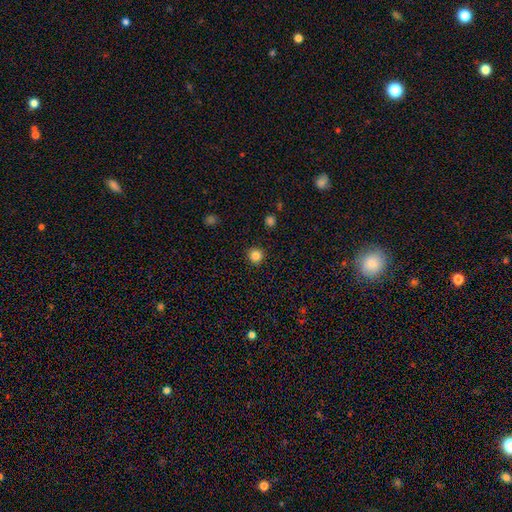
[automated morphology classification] type=smooth (85%); roundness=round (95%); merging=none (92%).